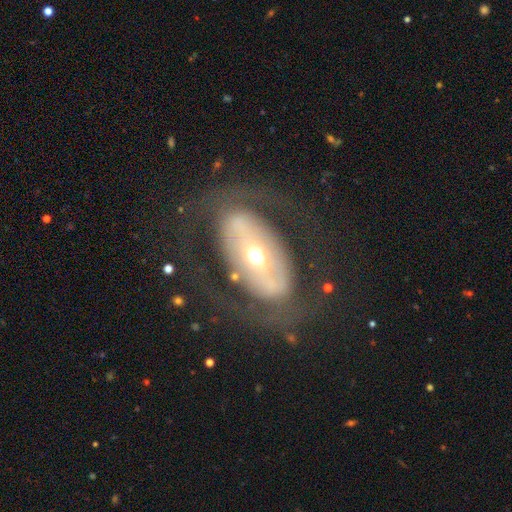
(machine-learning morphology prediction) A featured or disk galaxy (68%) with no bar (41%), no spiral arms (58%) and a moderate central bulge (64%).

Vote fractions:
- Smooth or featured? featured or disk: 68% / smooth: 25% / star or artifact: 7%
- Edge-on disk? no: 89% / yes: 11%
- Bar? no: 41% / strong: 35% / weak: 23%
- Spiral arms? no: 58% / yes: 42%
- Bulge size? moderate: 64% / small: 19% / large: 13% / dominant: 3% / none: 1%
- Merging? none: 64% / major disturbance: 20% / minor disturbance: 14% / merger: 2%